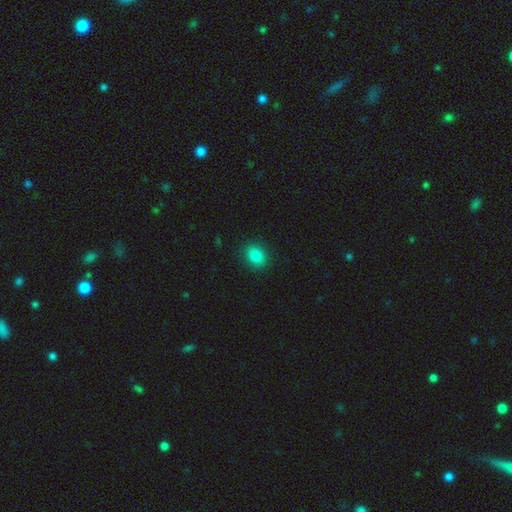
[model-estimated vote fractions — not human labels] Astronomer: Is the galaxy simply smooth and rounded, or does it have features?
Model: smooth — 84%.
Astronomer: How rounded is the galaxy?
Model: in between — 50% (runner-up: round, 49%).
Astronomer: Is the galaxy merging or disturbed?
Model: none — 89%.